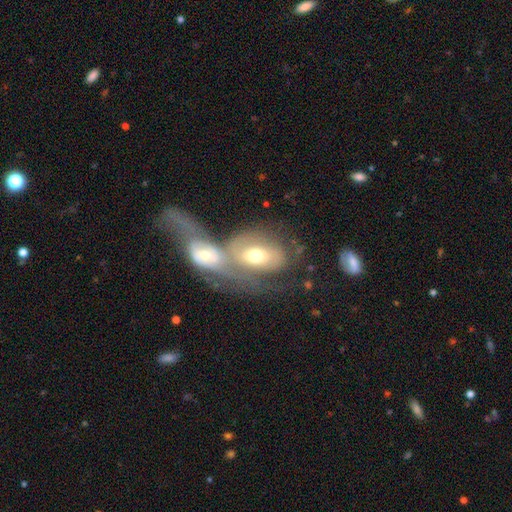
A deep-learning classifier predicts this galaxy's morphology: featured or disk 59%, smooth 33%, star or artifact 8%. Down the decision tree: edge-on disk — no (93%); bar — no (59%); spiral arms — yes (62%); bulge size — moderate (65%); merging — merger (74%).